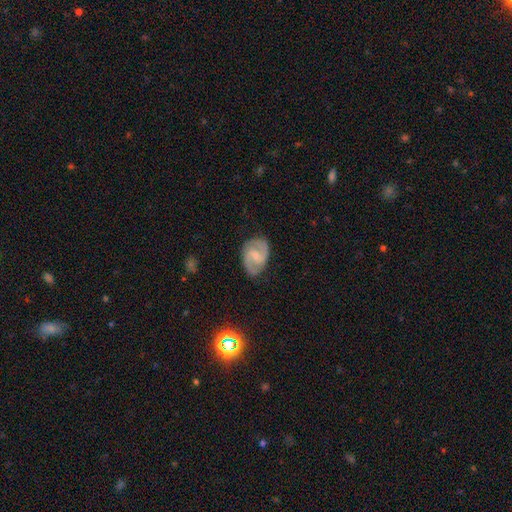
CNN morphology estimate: Smooth or featured?
  - featured or disk: 84% *
  - smooth: 12%
  - star or artifact: 5%
Edge-on disk?
  - no: 98% *
  - yes: 2%
Bar?
  - weak: 56% *
  - no: 32%
  - strong: 13%
Spiral arms?
  - yes: 97% *
  - no: 3%
Spiral winding?
  - medium: 57% *
  - tight: 27%
  - loose: 16%
Spiral arm count?
  - 2: 92% *
  - can't tell: 4%
  - 3: 2%
  - 1: 1%
  - 4: 1%
  - more than 4: 1%
Bulge size?
  - small: 50% *
  - moderate: 33%
  - none: 14%
  - large: 2%
  - dominant: 1%
Merging?
  - none: 81% *
  - minor disturbance: 14%
  - major disturbance: 4%
  - merger: 1%